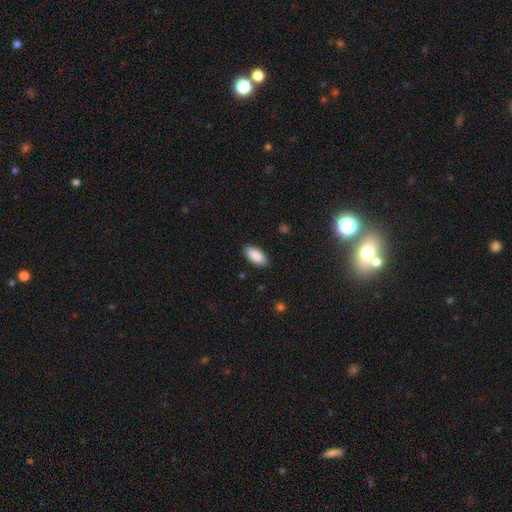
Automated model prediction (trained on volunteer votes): Morphology: type=smooth (89%); roundness=in between (91%); merging=none (88%).